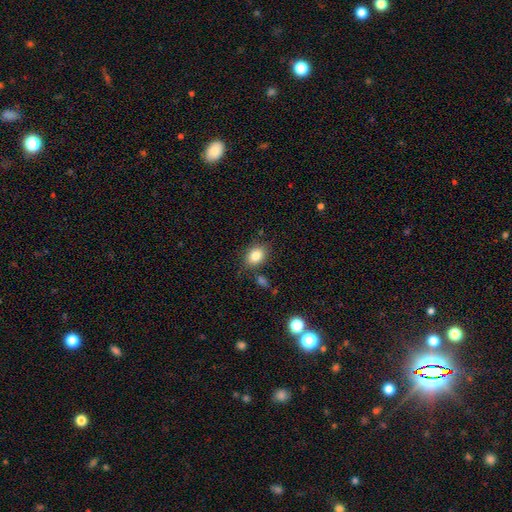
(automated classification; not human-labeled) Smooth or featured? smooth (83%)
How rounded? in between (70%)
Merging? none (77%)